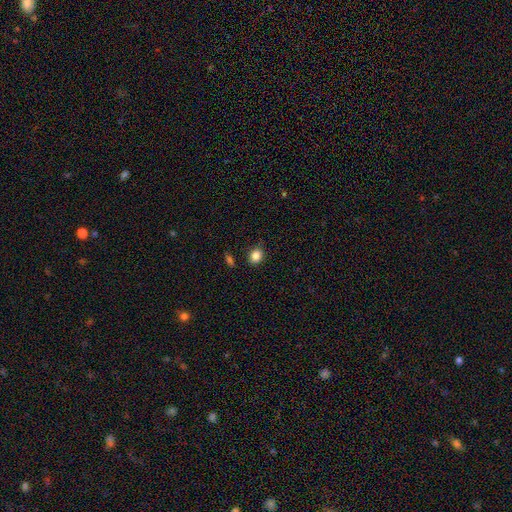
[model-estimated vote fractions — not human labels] Smooth or featured?
  - smooth: 85% *
  - star or artifact: 10%
  - featured or disk: 5%
How rounded?
  - round: 54% *
  - in between: 44%
  - cigar-shaped: 1%
Merging?
  - none: 83% *
  - minor disturbance: 12%
  - major disturbance: 3%
  - merger: 2%